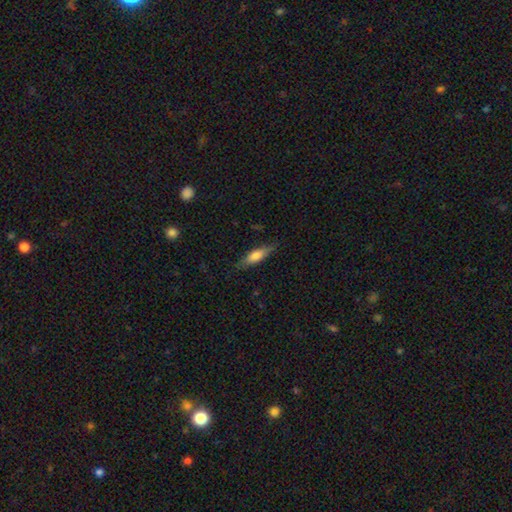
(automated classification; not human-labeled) This appears to be a smooth galaxy with no disk features (65%) that is cigar-shaped (60%). Merging: none (80%).